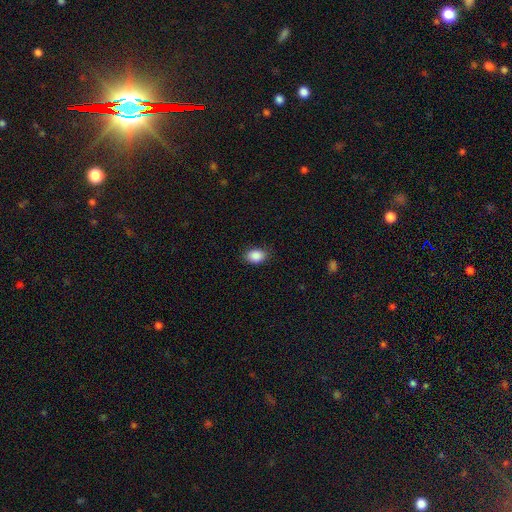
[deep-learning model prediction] Morphology: type=smooth (89%); roundness=in between (78%); merging=none (86%).